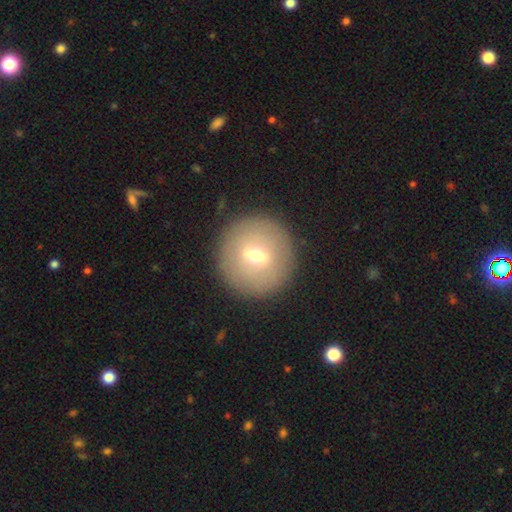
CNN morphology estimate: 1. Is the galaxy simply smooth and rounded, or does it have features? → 51% smooth, 40% featured or disk, 9% star or artifact.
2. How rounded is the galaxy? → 94% round, 5% in between, 1% cigar-shaped.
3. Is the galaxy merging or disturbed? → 88% none, 7% minor disturbance, 3% major disturbance, 1% merger.